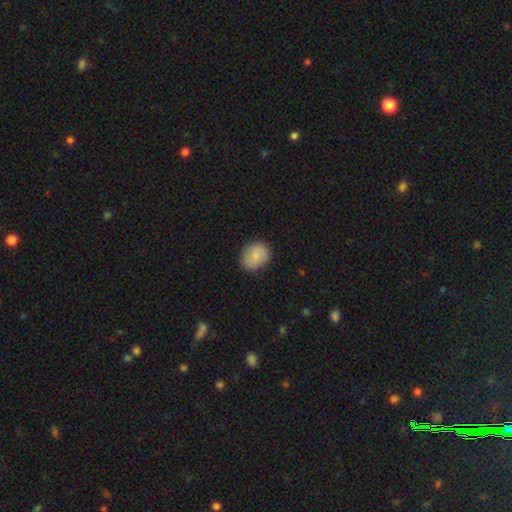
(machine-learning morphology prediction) type=smooth (80%); roundness=round (61%); merging=none (82%).